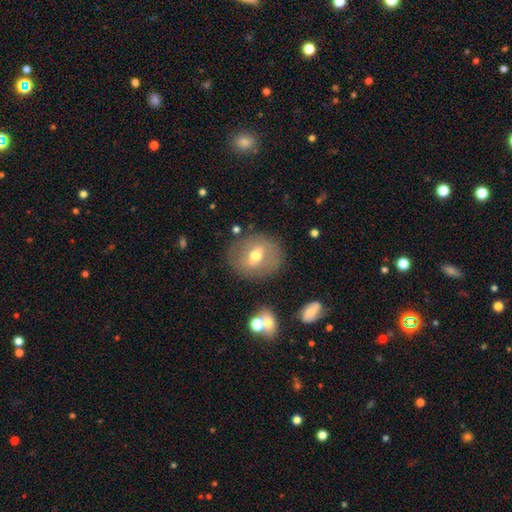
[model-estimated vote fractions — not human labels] Overall: smooth (46%, tied with featured or disk). Merging: none (80%).